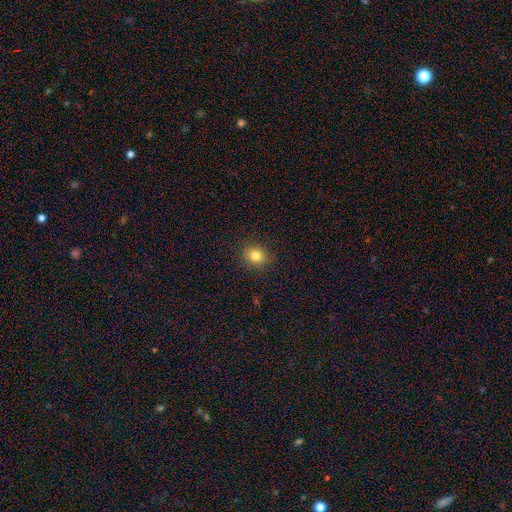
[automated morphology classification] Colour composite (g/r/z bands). It shows a smooth galaxy with no disk features (82%) that is round (64%). Merging: none (87%).